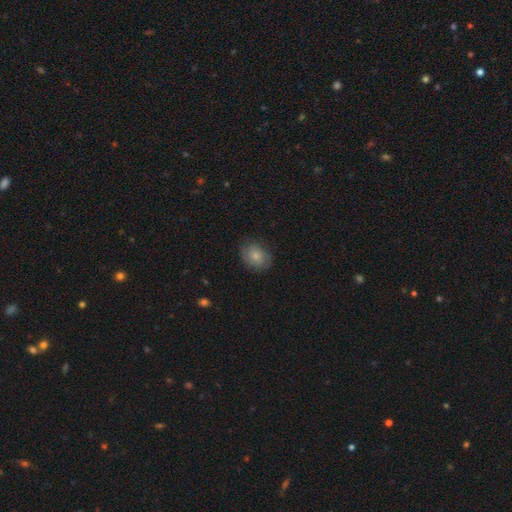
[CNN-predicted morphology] This appears to be a smooth galaxy with no disk features (70%) that is in between round and cigar-shaped (52%). Merging: none (77%).